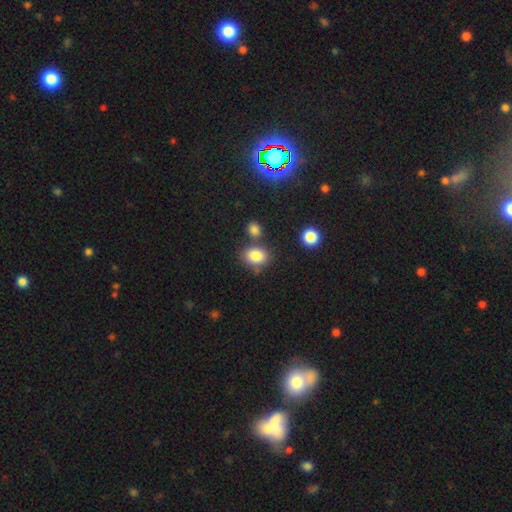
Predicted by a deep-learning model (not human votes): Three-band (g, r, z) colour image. It shows a smooth galaxy with no disk features (84%) that is in between round and cigar-shaped (64%). Merging: none (65%).